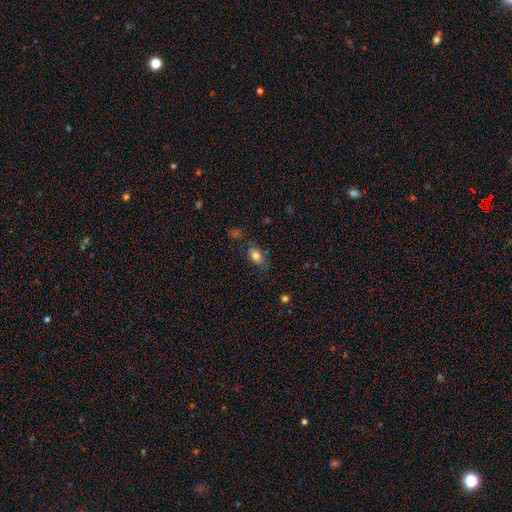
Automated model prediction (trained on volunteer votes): Smooth or featured? smooth (81%)
How rounded? in between (85%)
Merging? none (72%)